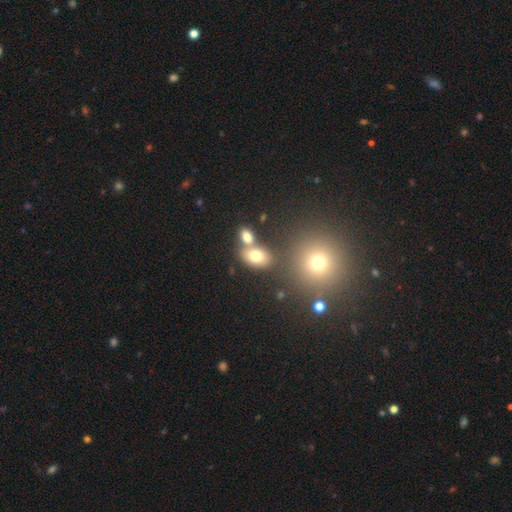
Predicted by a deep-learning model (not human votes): smooth_or_featured: smooth (p=0.76) [alt: featured or disk p=0.13]
how_rounded: in between (p=0.80) [alt: round p=0.18]
merging: none (p=0.52) [alt: merger p=0.32]